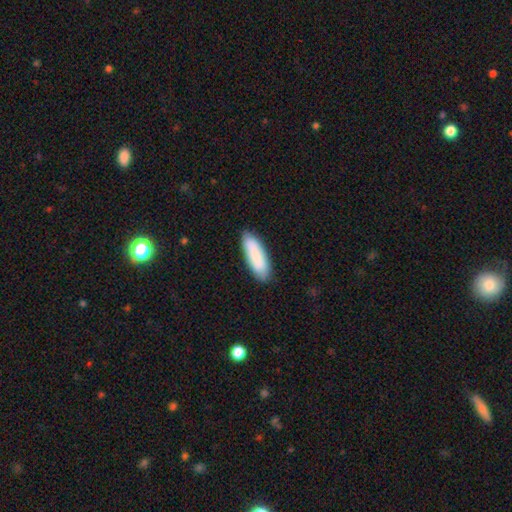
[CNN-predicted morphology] This is clearly a smooth galaxy (86%). How rounded: possibly in between (57%). Merging: clearly none (83%).